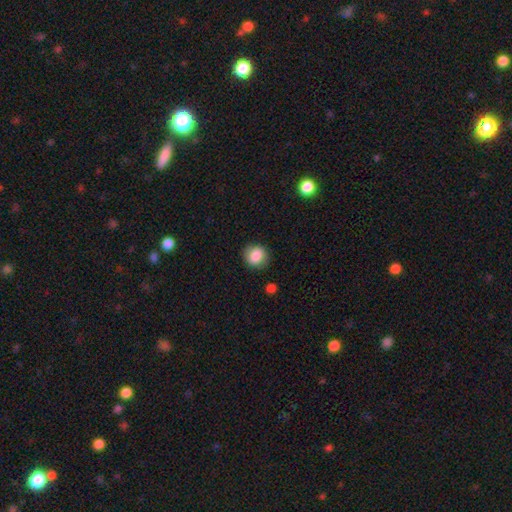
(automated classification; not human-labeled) This is clearly a smooth galaxy (85%). How rounded: likely round (79%). Merging: clearly none (83%).